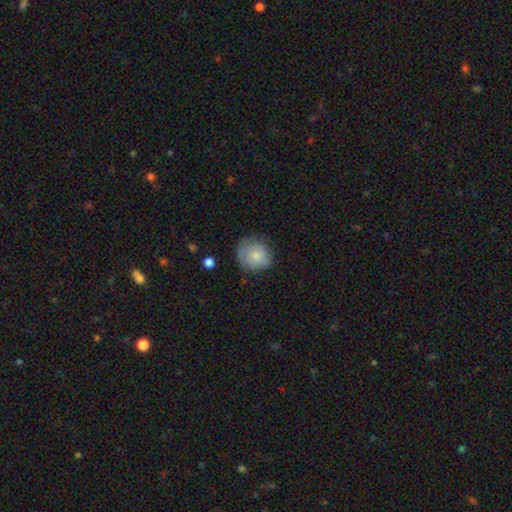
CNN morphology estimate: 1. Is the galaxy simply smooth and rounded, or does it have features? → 72% smooth, 21% featured or disk, 8% star or artifact.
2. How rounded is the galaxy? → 77% round, 22% in between, 1% cigar-shaped.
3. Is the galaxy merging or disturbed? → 65% none, 25% minor disturbance, 8% major disturbance, 2% merger.